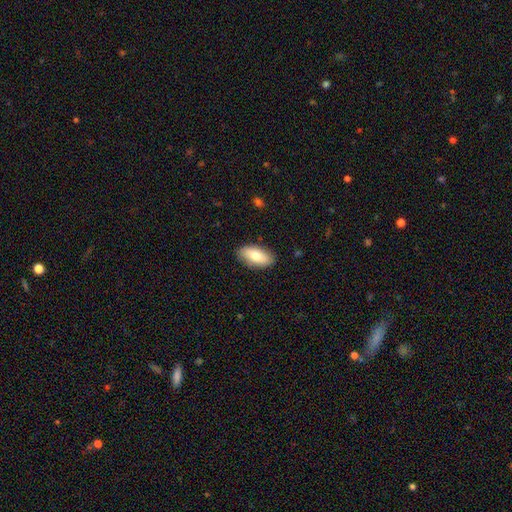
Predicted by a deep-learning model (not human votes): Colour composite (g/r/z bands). It shows a smooth galaxy with no disk features (76%) that is in between round and cigar-shaped (91%). Merging: none (86%).